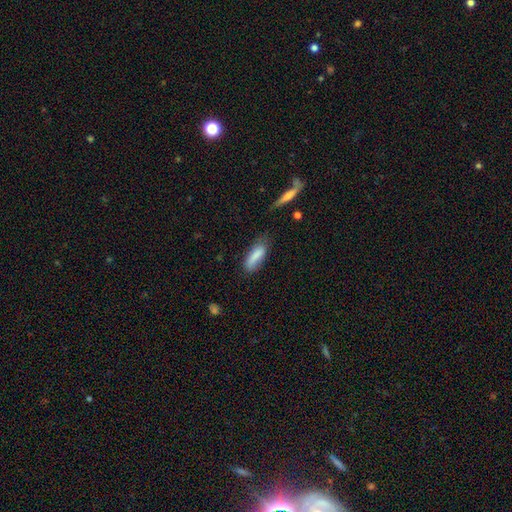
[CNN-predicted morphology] smooth 82%, featured or disk 11%, star or artifact 7%. Down the decision tree: how rounded — in between (61%); merging — none (61%).